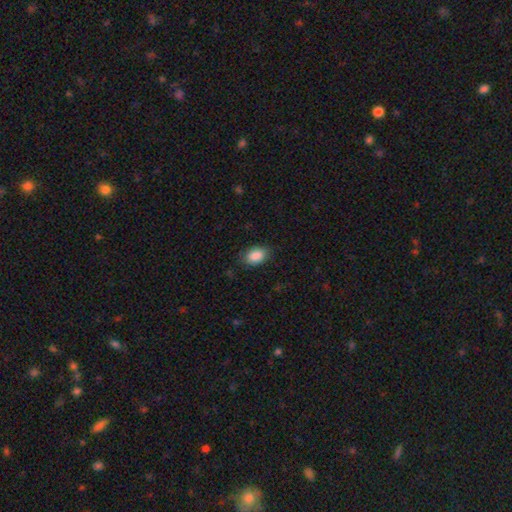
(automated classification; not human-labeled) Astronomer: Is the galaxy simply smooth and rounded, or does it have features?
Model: smooth — 89%.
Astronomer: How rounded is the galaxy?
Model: in between — 86%.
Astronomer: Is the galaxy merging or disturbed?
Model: none — 83%.